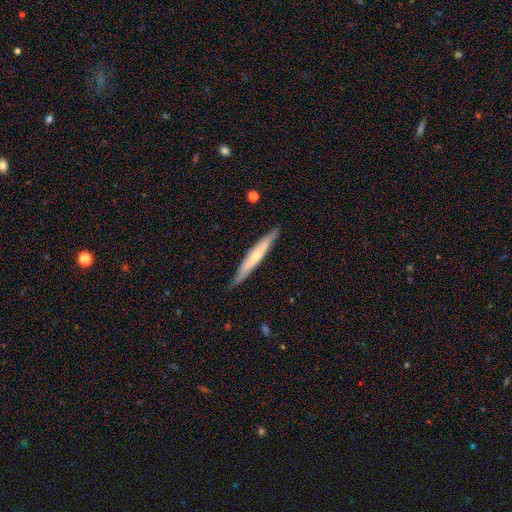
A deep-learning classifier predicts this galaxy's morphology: This is possibly a featured or disk galaxy (53%). It is clearly viewed edge-on (90%). Merging: clearly none (85%).